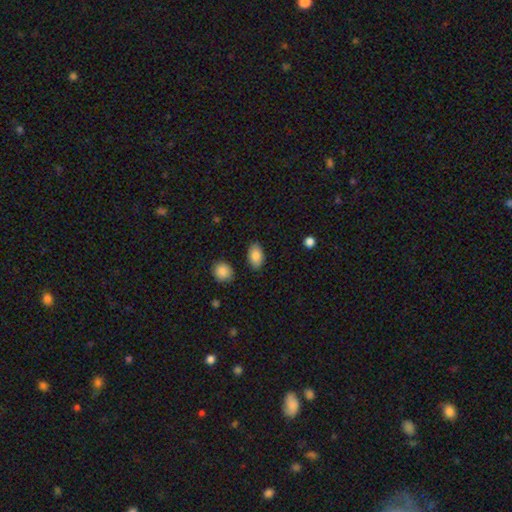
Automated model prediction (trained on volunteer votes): A smooth galaxy with no disk features (86%) that is in between round and cigar-shaped (91%). Merging: none (86%).